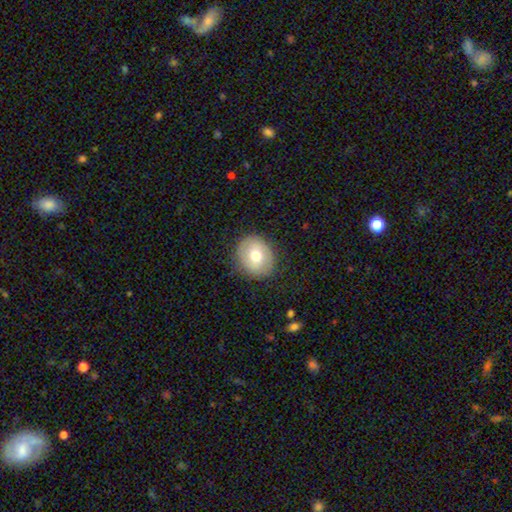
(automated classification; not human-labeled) Smooth or featured?
  - smooth: 62% *
  - featured or disk: 31%
  - star or artifact: 7%
How rounded?
  - round: 70% *
  - in between: 30%
  - cigar-shaped: 1%
Merging?
  - none: 85% *
  - minor disturbance: 11%
  - major disturbance: 3%
  - merger: 1%